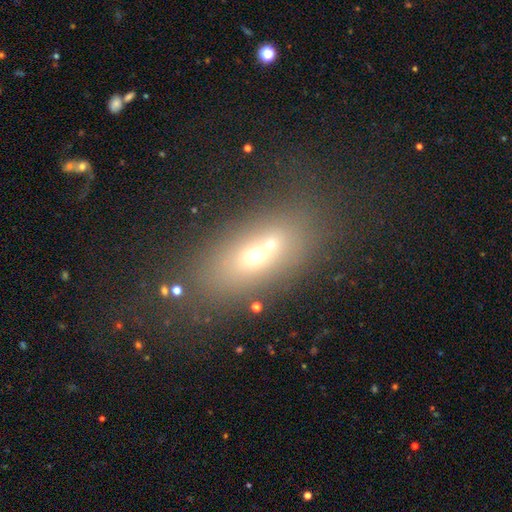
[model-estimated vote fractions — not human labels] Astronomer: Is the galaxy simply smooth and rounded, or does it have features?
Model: smooth — 53%.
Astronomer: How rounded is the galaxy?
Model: in between — 69%.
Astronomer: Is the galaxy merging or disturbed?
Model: merger — 46% (runner-up: none, 38%).